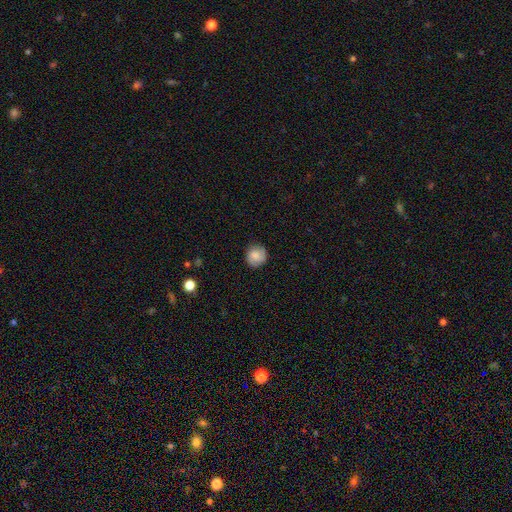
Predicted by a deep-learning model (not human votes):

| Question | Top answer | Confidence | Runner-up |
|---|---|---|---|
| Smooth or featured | smooth | 74% | featured or disk (17%) |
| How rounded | round | 89% | in between (10%) |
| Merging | none | 85% | minor disturbance (12%) |